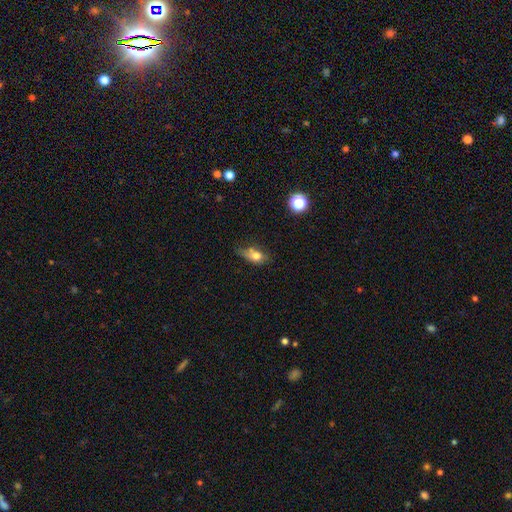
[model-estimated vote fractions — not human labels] smooth_or_featured: smooth (p=0.73) [alt: featured or disk p=0.16]
how_rounded: in between (p=0.72) [alt: round p=0.23]
merging: none (p=0.37) [alt: minor disturbance p=0.34]